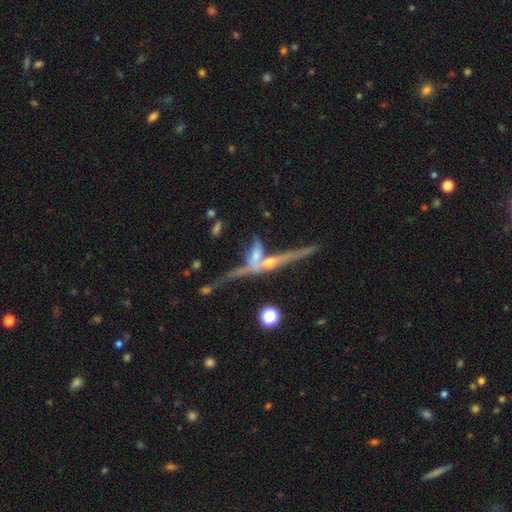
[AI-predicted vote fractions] A featured or disk galaxy (75%) viewed edge-on (86%) with a rounded central bulge (75%).

Vote fractions:
- Smooth or featured? featured or disk: 75% / smooth: 16% / star or artifact: 9%
- Edge-on disk? yes: 86% / no: 14%
- Edge-on bulge? rounded: 75% / none: 14% / boxy: 11%
- Merging? none: 43% / merger: 31% / minor disturbance: 16% / major disturbance: 9%